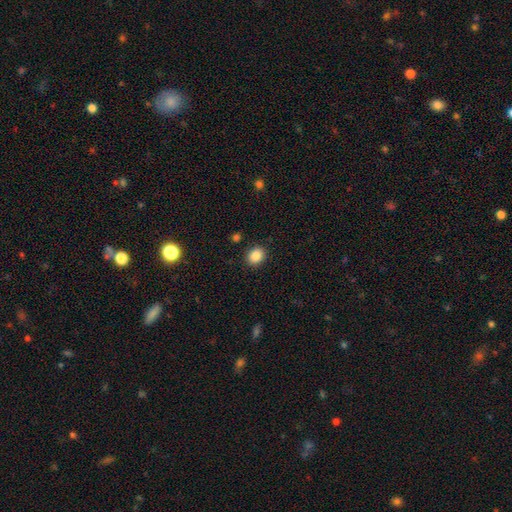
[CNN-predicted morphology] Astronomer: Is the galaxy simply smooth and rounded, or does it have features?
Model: smooth — 86%.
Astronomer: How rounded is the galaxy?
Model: round — 62%.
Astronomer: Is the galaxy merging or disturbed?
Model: none — 89%.